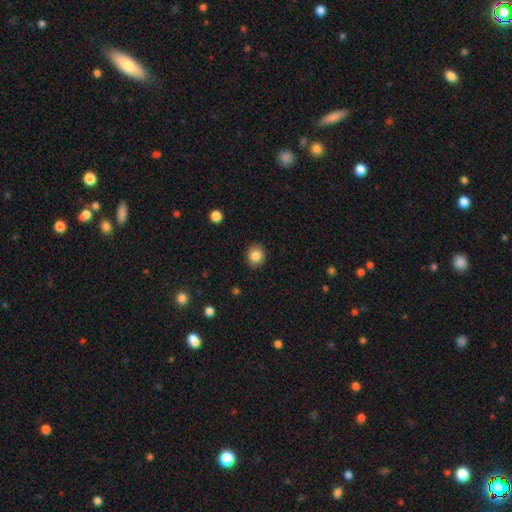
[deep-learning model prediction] A smooth galaxy with no disk features (86%) that is round (72%).

Vote fractions:
- Smooth or featured? smooth: 86% / star or artifact: 9% / featured or disk: 5%
- How rounded? round: 72% / in between: 27% / cigar-shaped: 1%
- Merging? none: 89% / minor disturbance: 8% / major disturbance: 2% / merger: 1%